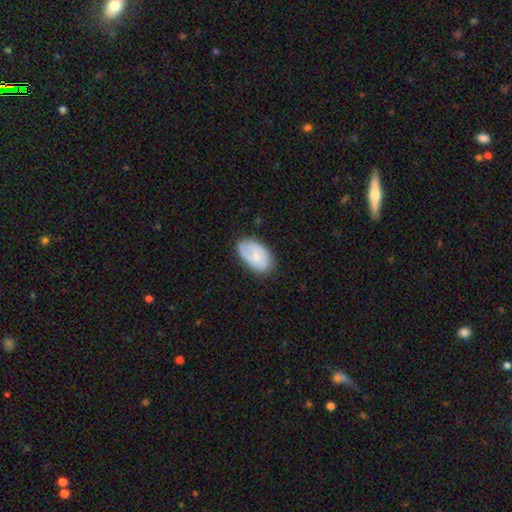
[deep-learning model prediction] Overall: smooth (58%; featured or disk 36%). How rounded: in between (92%). Merging: none (73%).